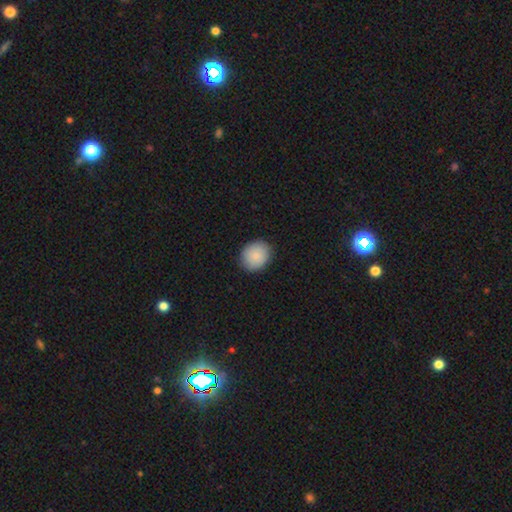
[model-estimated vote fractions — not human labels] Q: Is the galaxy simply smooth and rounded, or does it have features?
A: smooth — 87%.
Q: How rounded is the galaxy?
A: round — 69%.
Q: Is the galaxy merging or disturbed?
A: none — 88%.